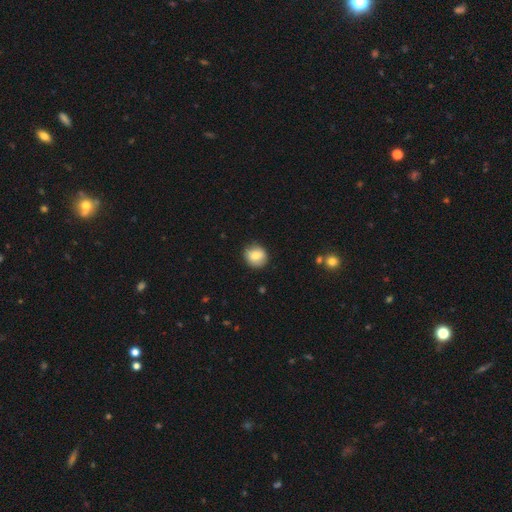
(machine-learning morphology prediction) smooth 80%, featured or disk 12%, star or artifact 8%. Down the decision tree: how rounded — round (82%); merging — none (84%).